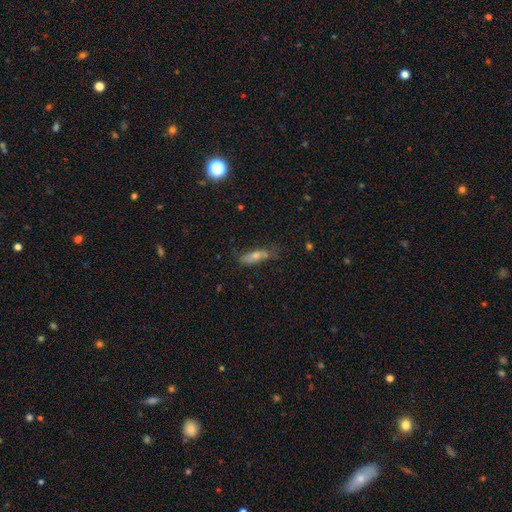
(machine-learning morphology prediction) Q: Smooth or featured?
A: smooth (48%); runner-up: featured or disk (38%)
Q: Merging?
A: none (64%); runner-up: minor disturbance (24%)